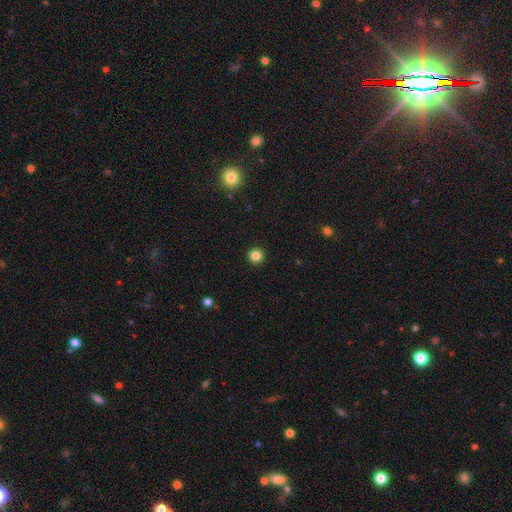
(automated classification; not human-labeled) Morphology: type=smooth (84%); roundness=round (96%); merging=none (93%).